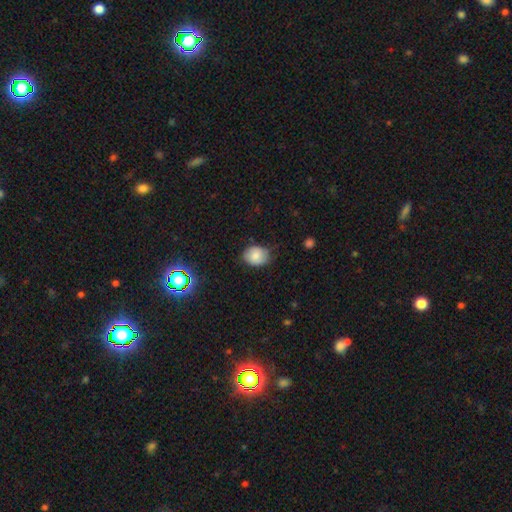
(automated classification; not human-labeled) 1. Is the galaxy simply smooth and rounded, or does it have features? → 79% smooth, 11% featured or disk, 10% star or artifact.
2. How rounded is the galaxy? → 53% round, 46% in between, 1% cigar-shaped.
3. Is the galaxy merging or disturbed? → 69% none, 25% minor disturbance, 5% major disturbance, 1% merger.